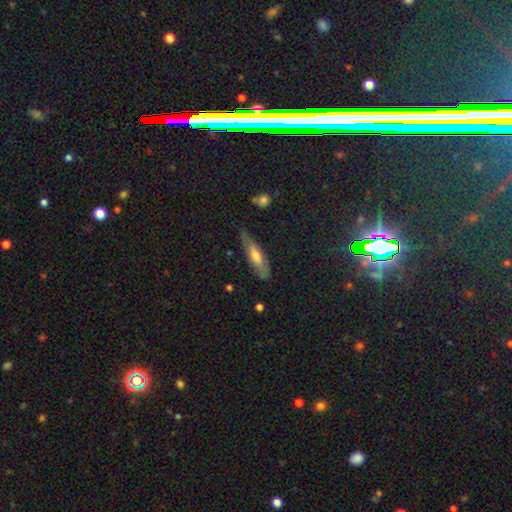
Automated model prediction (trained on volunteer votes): Morphology: type=smooth (49%); merging=none (70%).